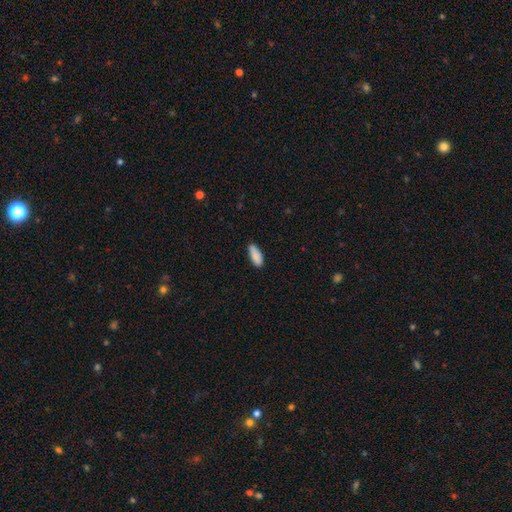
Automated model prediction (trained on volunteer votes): smooth_or_featured: smooth (p=0.88) [alt: star or artifact p=0.07]
how_rounded: in between (p=0.73) [alt: cigar-shaped p=0.25]
merging: none (p=0.78) [alt: minor disturbance p=0.18]